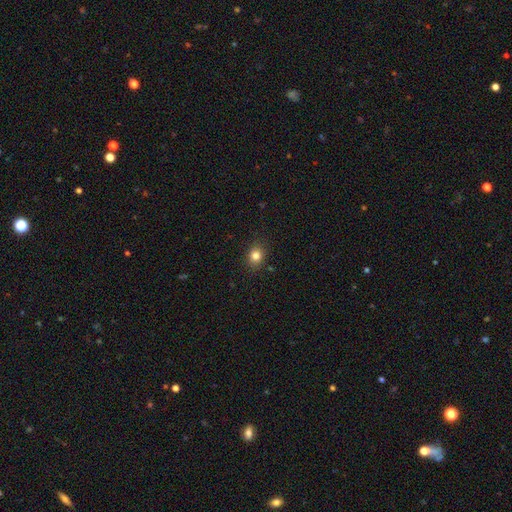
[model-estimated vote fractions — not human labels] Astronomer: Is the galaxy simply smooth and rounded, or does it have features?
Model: smooth — 82%.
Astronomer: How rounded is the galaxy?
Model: round — 64%.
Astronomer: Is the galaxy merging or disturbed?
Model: none — 88%.